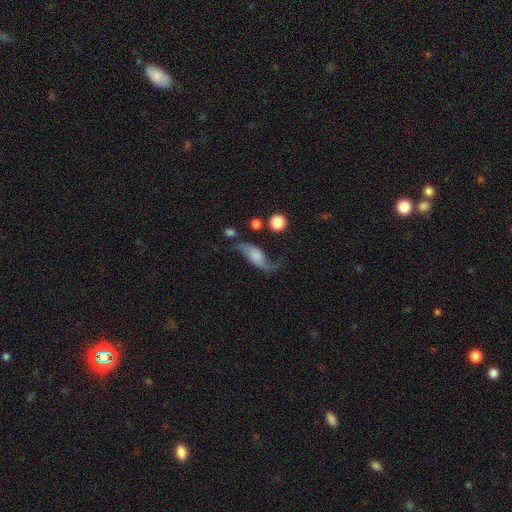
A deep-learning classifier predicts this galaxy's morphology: Overall: featured or disk (77%). Edge-on disk: no (93%). Bar: no (65%; weak 27%). Spiral arms: yes (95%). Spiral arm count: 2 (93%). Spiral winding: loose (92%). Bulge size: none (43%; small 20%). Merging: none (61%).